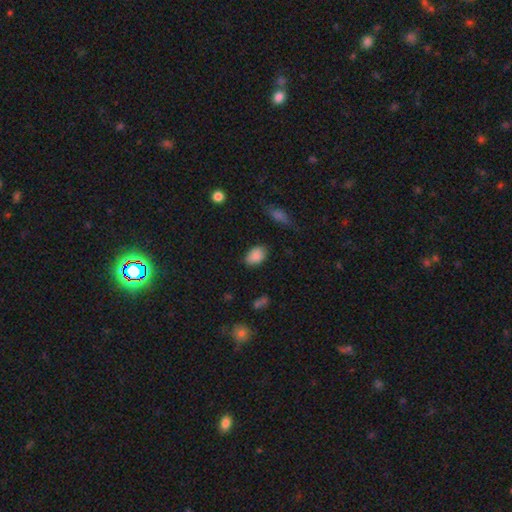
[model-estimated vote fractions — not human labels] Smooth or featured? Predicted: smooth (p=0.87). How rounded? Predicted: in between (p=0.84). Merging? Predicted: none (p=0.79).